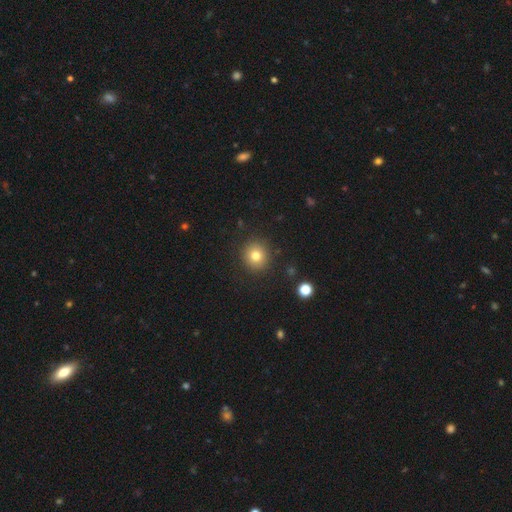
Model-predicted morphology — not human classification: A smooth galaxy with no disk features (78%) that is round (91%). Merging: none (90%).